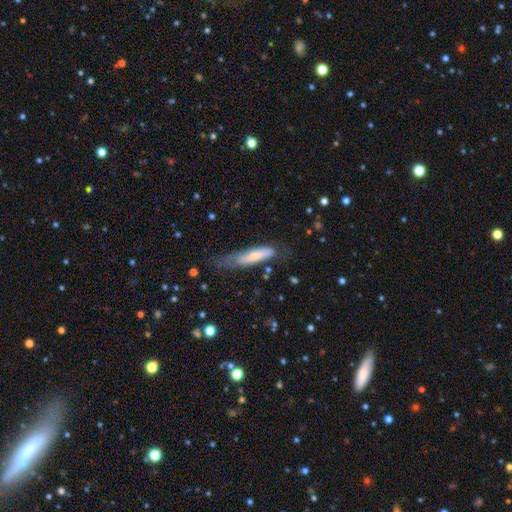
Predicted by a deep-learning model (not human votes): smooth-or-featured: smooth: 56% | featured or disk: 37% | star or artifact: 7%
  how-rounded: cigar-shaped: 68% | in between: 30% | round: 2%
  merging: none: 47% | minor disturbance: 32% | major disturbance: 19% | merger: 3%